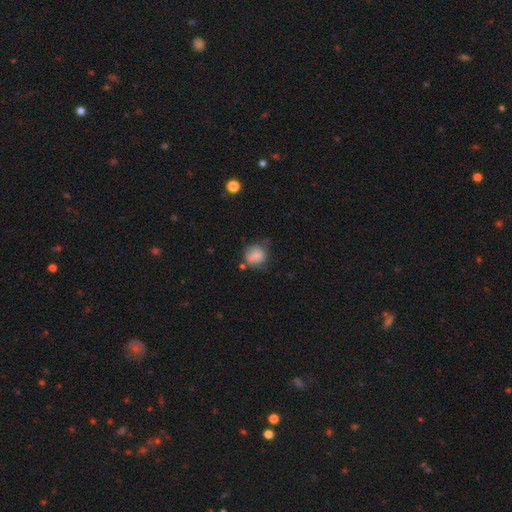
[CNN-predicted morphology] The model was most divided on "merging": none: 53%, minor disturbance: 29%, major disturbance: 9%, merger: 8%. More confident: smooth or featured — smooth (80%); how rounded — round (79%).